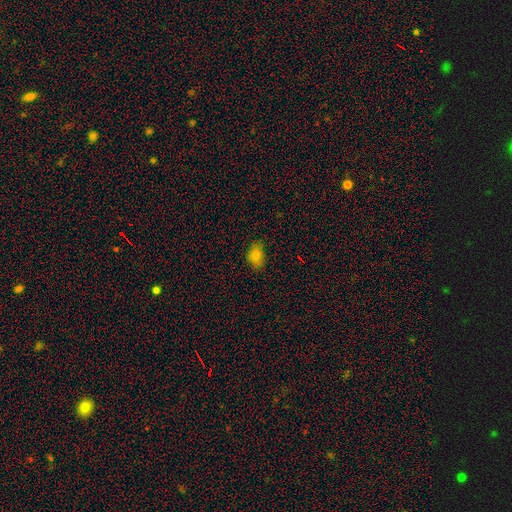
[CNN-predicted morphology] smooth_or_featured: smooth (p=0.80) [alt: star or artifact p=0.12]
how_rounded: in between (p=0.81) [alt: round p=0.18]
merging: none (p=0.75) [alt: minor disturbance p=0.20]